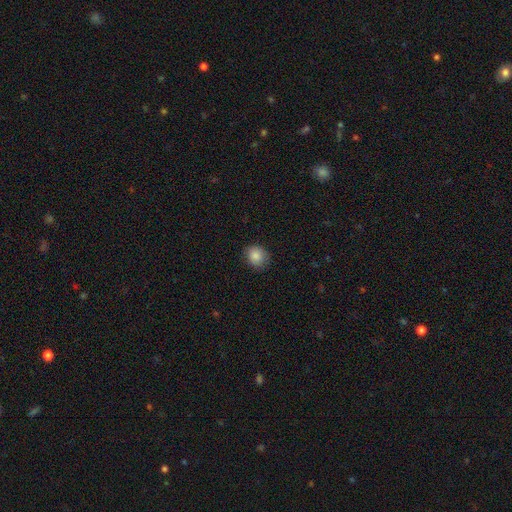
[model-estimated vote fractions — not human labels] Smooth or featured? smooth (87%)
How rounded? round (79%)
Merging? none (82%)